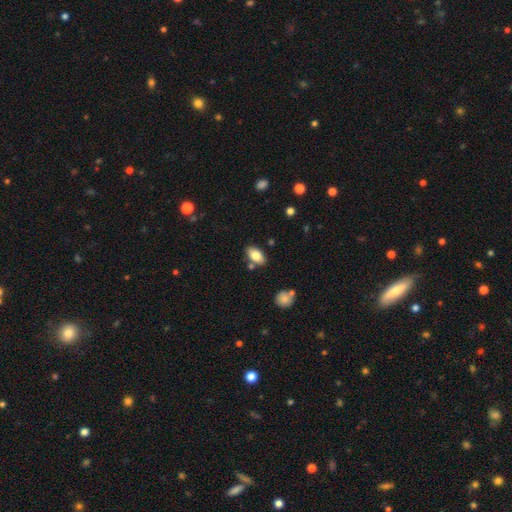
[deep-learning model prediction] smooth 82%, featured or disk 11%, star or artifact 7%. Down the decision tree: how rounded — in between (93%); merging — none (79%).